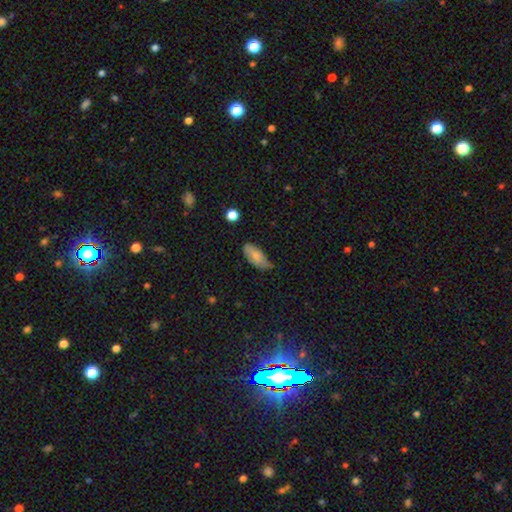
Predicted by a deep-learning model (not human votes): Smooth or featured? Predicted: smooth (p=0.73). How rounded? Predicted: in between (p=0.90). Merging? Predicted: none (p=0.49).